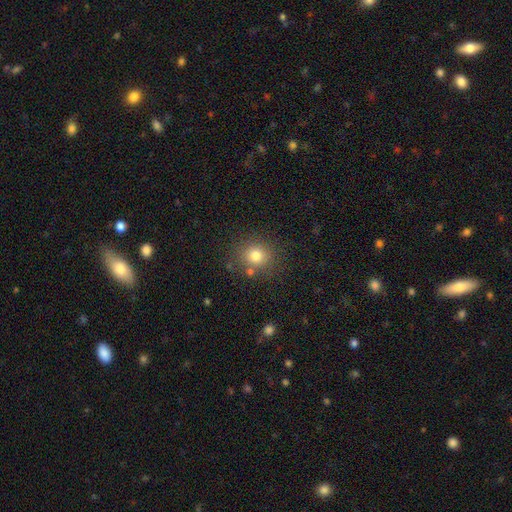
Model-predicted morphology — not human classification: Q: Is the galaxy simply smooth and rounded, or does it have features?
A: smooth — 78%.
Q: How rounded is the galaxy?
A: round — 82%.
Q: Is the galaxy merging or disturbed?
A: none — 79%.